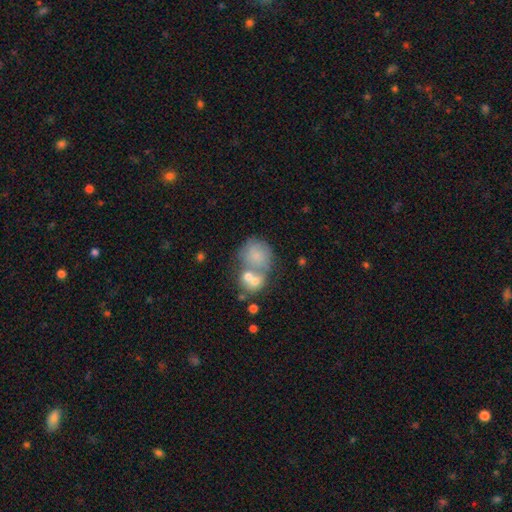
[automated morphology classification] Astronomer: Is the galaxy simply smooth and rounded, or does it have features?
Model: smooth — 63%.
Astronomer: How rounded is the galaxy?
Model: round — 74%.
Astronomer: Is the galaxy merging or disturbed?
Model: merger — 49% (runner-up: none, 30%).